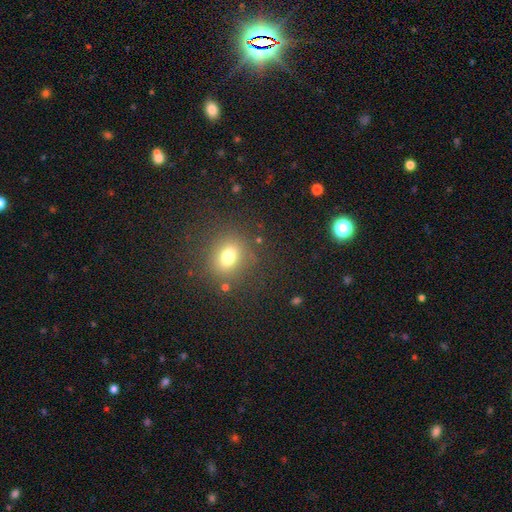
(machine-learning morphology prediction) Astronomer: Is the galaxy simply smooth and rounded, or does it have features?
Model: smooth — 56% (runner-up: star or artifact, 35%).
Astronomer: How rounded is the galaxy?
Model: round — 82%.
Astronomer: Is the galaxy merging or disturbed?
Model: none — 89%.